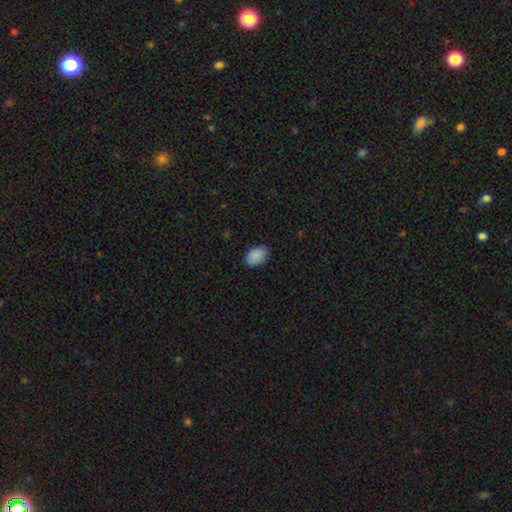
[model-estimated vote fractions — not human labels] This appears to be a smooth galaxy with no disk features (90%) that is in between round and cigar-shaped (88%). Merging: none (85%).